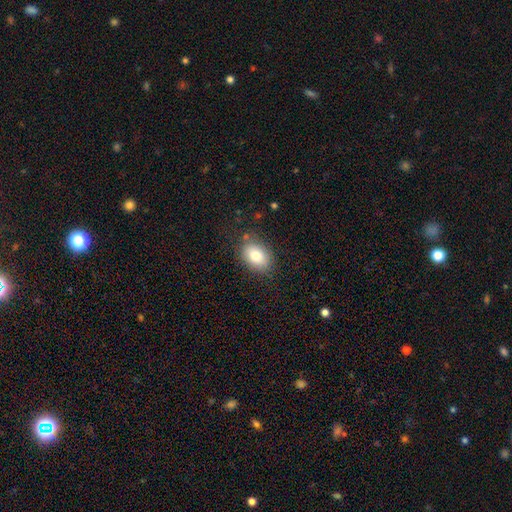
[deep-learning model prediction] Morphology: type=smooth (80%); roundness=in between (79%); merging=none (81%).